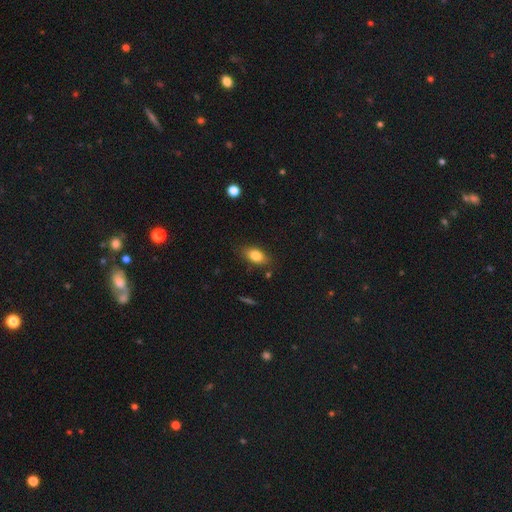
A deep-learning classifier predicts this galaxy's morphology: A smooth galaxy with no disk features (81%) that is in between round and cigar-shaped (86%). Merging: none (81%).